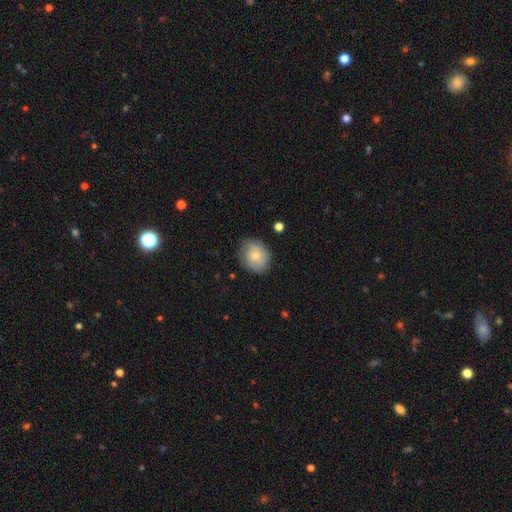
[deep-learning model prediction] Overall: smooth (68%). How rounded: round (63%; in between 36%). Merging: none (77%).